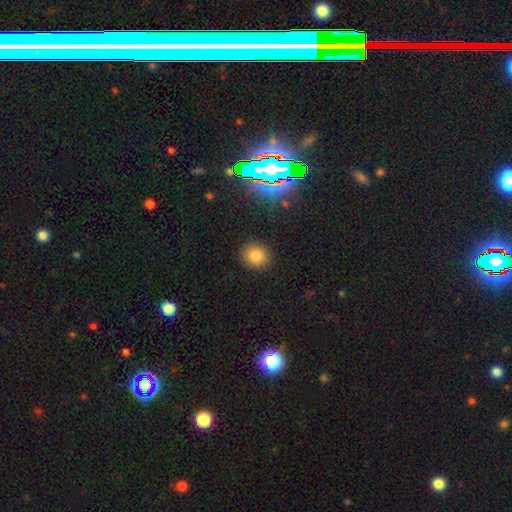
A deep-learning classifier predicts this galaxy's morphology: Smooth or featured: smooth — 81% (star or artifact — 13%)
How rounded: round — 77% (in between — 22%)
Merging: none — 89% (minor disturbance — 7%)